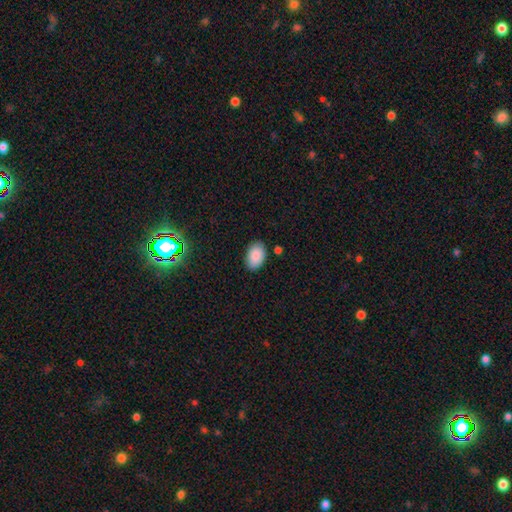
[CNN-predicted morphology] Smooth or featured?
  - smooth: 88% *
  - star or artifact: 7%
  - featured or disk: 5%
How rounded?
  - in between: 92% *
  - round: 7%
  - cigar-shaped: 1%
Merging?
  - none: 84% *
  - minor disturbance: 11%
  - major disturbance: 2%
  - merger: 2%